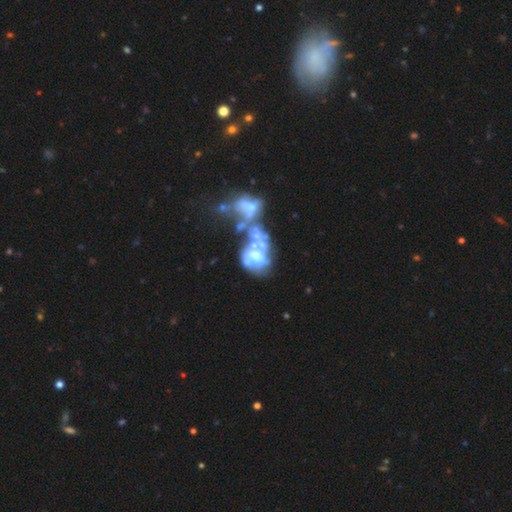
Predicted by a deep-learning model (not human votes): featured or disk 65%, smooth 22%, star or artifact 13%. Down the decision tree: edge-on disk — no (98%); bar — no (85%); spiral arms — no (83%); bulge size — moderate (36%); merging — merger (60%).